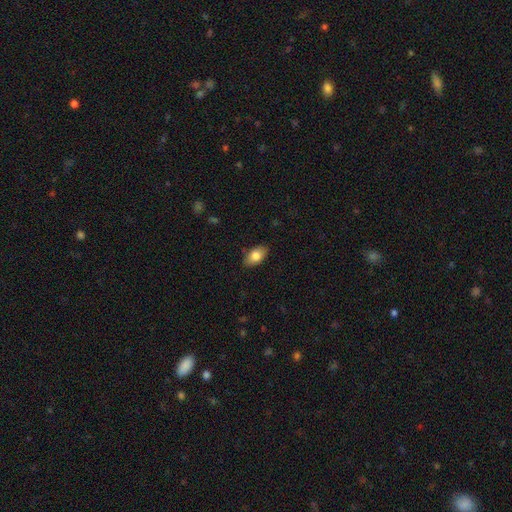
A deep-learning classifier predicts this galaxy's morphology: This is clearly a smooth galaxy (81%). How rounded: clearly in between (92%). Merging: clearly none (86%).